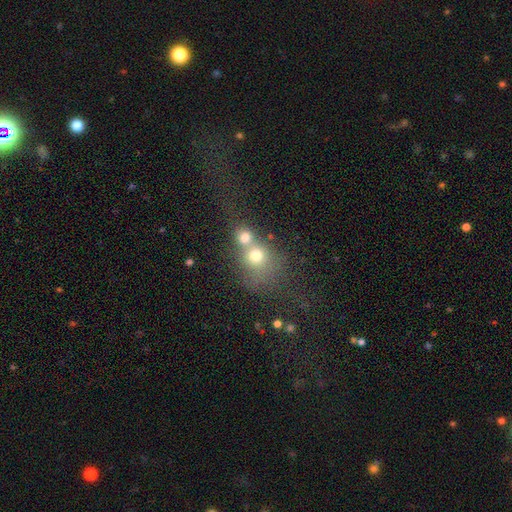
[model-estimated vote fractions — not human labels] A smooth galaxy with no disk features (68%) that is round (75%).

Vote fractions:
- Smooth or featured? smooth: 68% / featured or disk: 17% / star or artifact: 15%
- How rounded? round: 75% / in between: 24% / cigar-shaped: 1%
- Merging? merger: 63% / none: 25% / minor disturbance: 6% / major disturbance: 5%